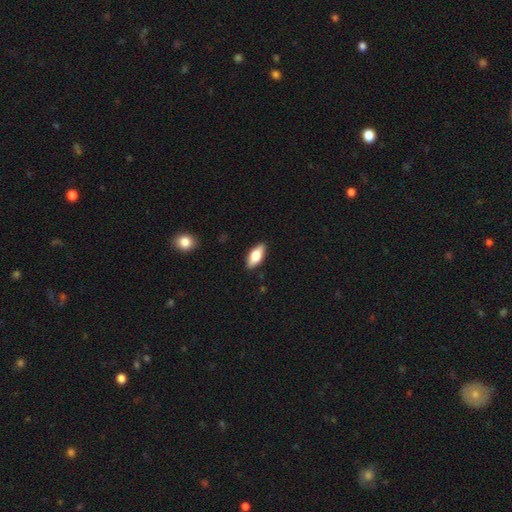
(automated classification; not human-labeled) A smooth galaxy with no disk features (71%) that is in between round and cigar-shaped (81%).

Vote fractions:
- Smooth or featured? smooth: 71% / featured or disk: 23% / star or artifact: 6%
- How rounded? in between: 81% / cigar-shaped: 16% / round: 3%
- Merging? none: 88% / minor disturbance: 9% / major disturbance: 2% / merger: 1%